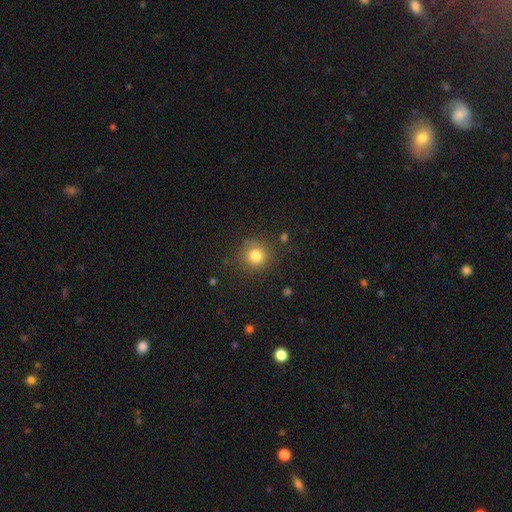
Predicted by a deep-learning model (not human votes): smooth 81%, star or artifact 12%, featured or disk 7%. Down the decision tree: how rounded — round (93%); merging — none (85%).